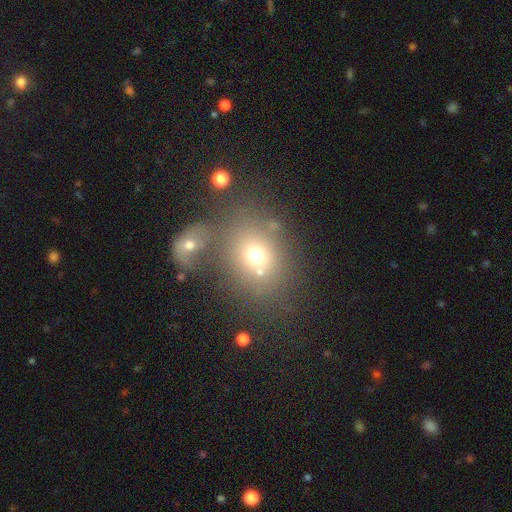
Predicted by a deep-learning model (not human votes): smooth 67%, featured or disk 17%, star or artifact 16%. Down the decision tree: how rounded — round (60%); merging — none (50%).